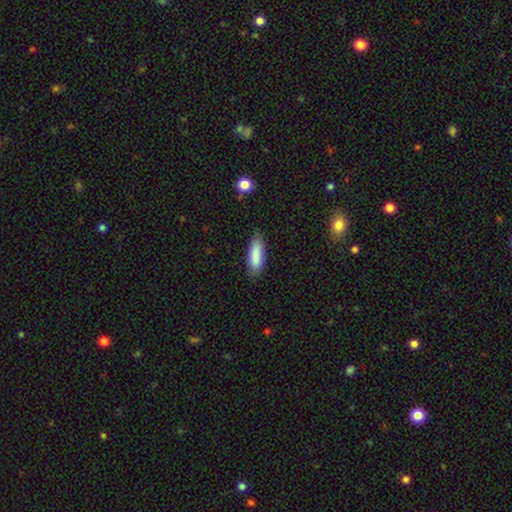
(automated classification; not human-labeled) Morphology: type=smooth (87%); roundness=in between (63%); merging=none (82%).